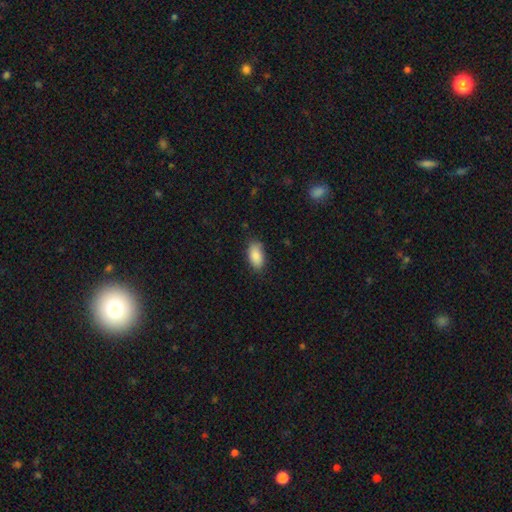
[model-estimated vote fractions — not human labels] A smooth galaxy with no disk features (88%) that is in between round and cigar-shaped (93%).

Vote fractions:
- Smooth or featured? smooth: 88% / star or artifact: 7% / featured or disk: 5%
- How rounded? in between: 93% / cigar-shaped: 4% / round: 3%
- Merging? none: 82% / minor disturbance: 14% / major disturbance: 3% / merger: 1%